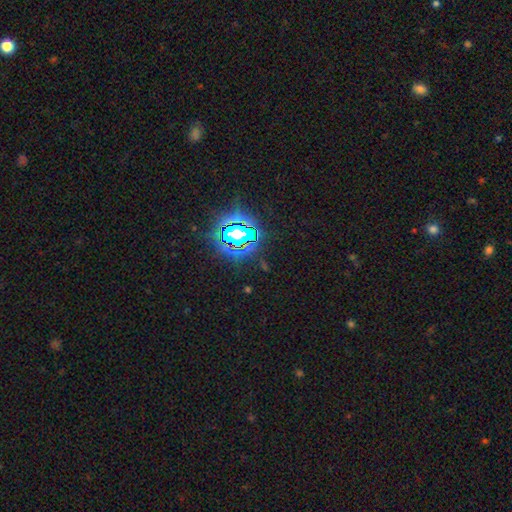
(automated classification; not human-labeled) smooth_or_featured: star or artifact (p=0.81) [alt: smooth p=0.12]